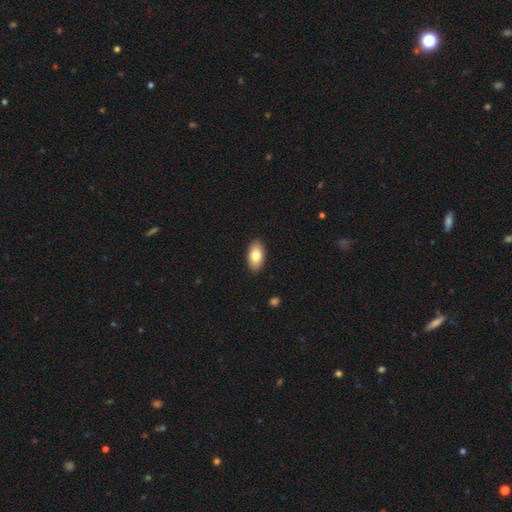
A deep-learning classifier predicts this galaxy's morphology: A smooth galaxy with no disk features (80%) that is in between round and cigar-shaped (94%).

Vote fractions:
- Smooth or featured? smooth: 80% / featured or disk: 13% / star or artifact: 7%
- How rounded? in between: 94% / round: 4% / cigar-shaped: 2%
- Merging? none: 90% / minor disturbance: 7% / major disturbance: 2% / merger: 1%